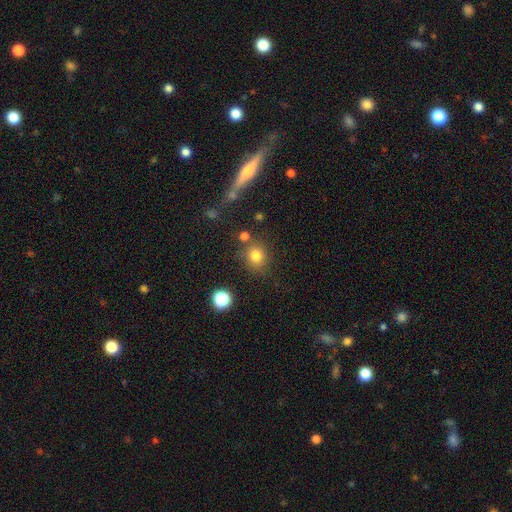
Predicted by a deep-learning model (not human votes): A smooth galaxy with no disk features (78%) that is round (82%).

Vote fractions:
- Smooth or featured? smooth: 78% / star or artifact: 15% / featured or disk: 7%
- How rounded? round: 82% / in between: 17% / cigar-shaped: 1%
- Merging? none: 76% / minor disturbance: 11% / merger: 8% / major disturbance: 4%